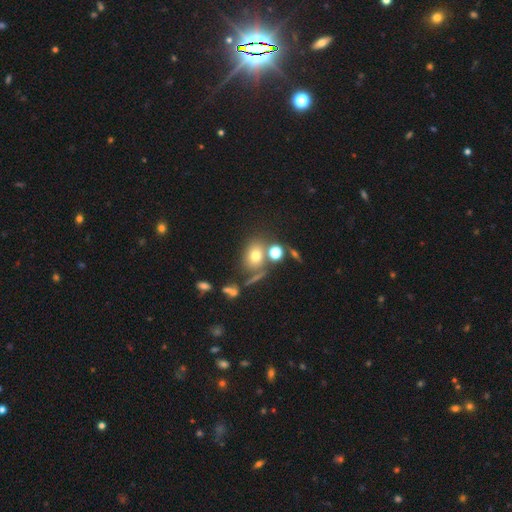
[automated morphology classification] This appears to be a smooth galaxy with no disk features (68%) that is in between round and cigar-shaped (49%, tied with round). Merging: none (59%).